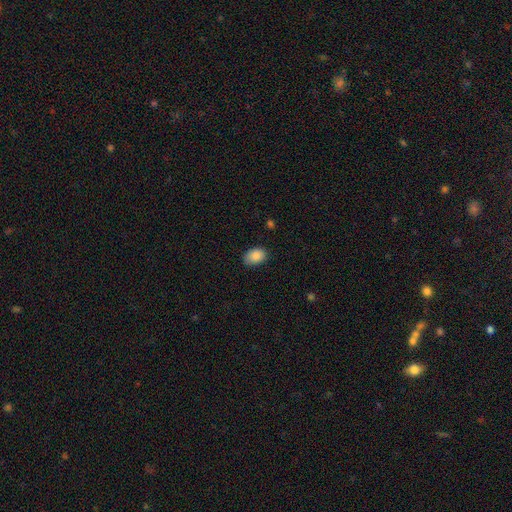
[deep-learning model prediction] The model was most divided on "merging": none: 81%, minor disturbance: 16%, major disturbance: 3%, merger: 1%. More confident: smooth or featured — smooth (87%); how rounded — in between (84%).